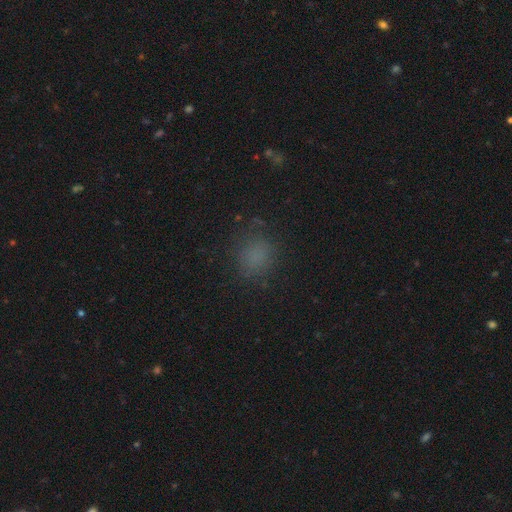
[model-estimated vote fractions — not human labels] smooth 76%, star or artifact 18%, featured or disk 6%. Down the decision tree: how rounded — round (74%); merging — none (81%).